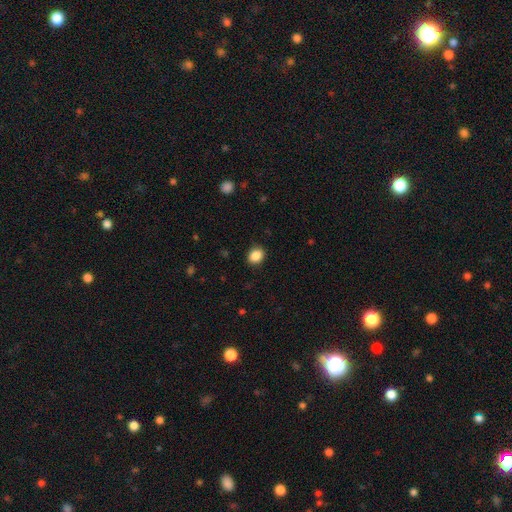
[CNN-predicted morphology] Smooth or featured? smooth (88%)
How rounded? round (57%)
Merging? none (88%)